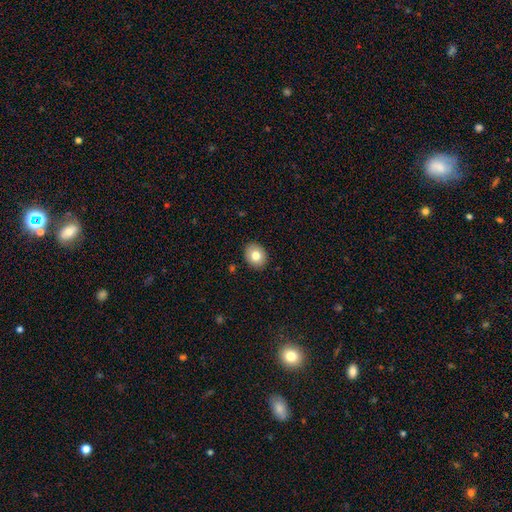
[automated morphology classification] Smooth or featured?
  - smooth: 79% *
  - featured or disk: 13%
  - star or artifact: 8%
How rounded?
  - in between: 52% *
  - round: 47%
  - cigar-shaped: 1%
Merging?
  - none: 89% *
  - minor disturbance: 8%
  - major disturbance: 2%
  - merger: 1%